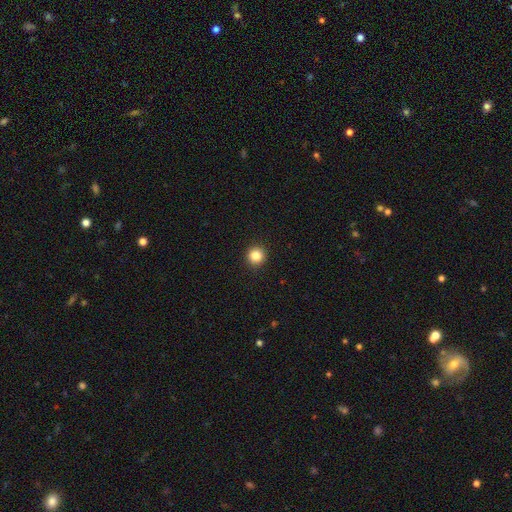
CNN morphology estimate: smooth 84%, star or artifact 11%, featured or disk 5%. Down the decision tree: how rounded — round (95%); merging — none (93%).